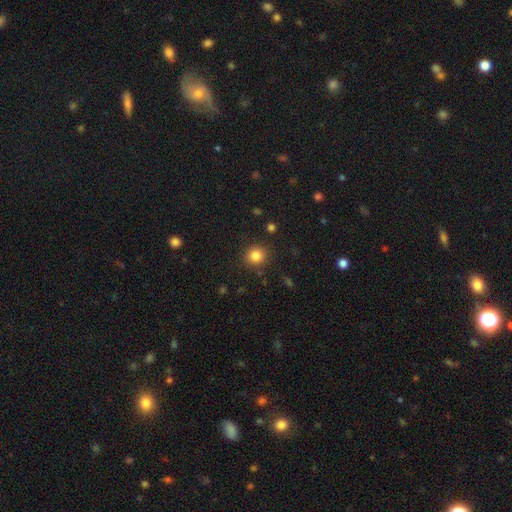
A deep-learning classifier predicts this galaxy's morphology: A smooth galaxy with no disk features (83%) that is round (89%). Merging: none (89%).